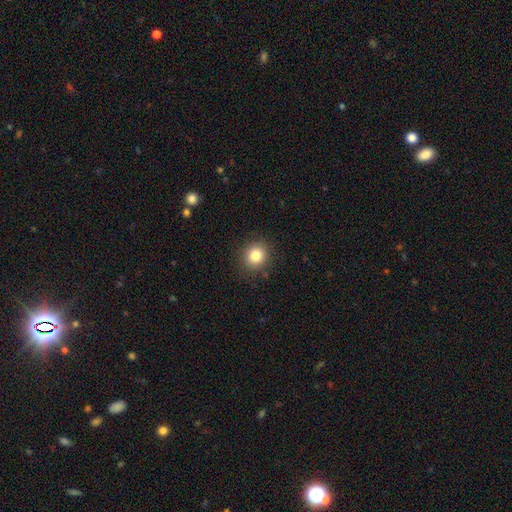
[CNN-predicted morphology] type=smooth (82%); roundness=round (85%); merging=none (88%).